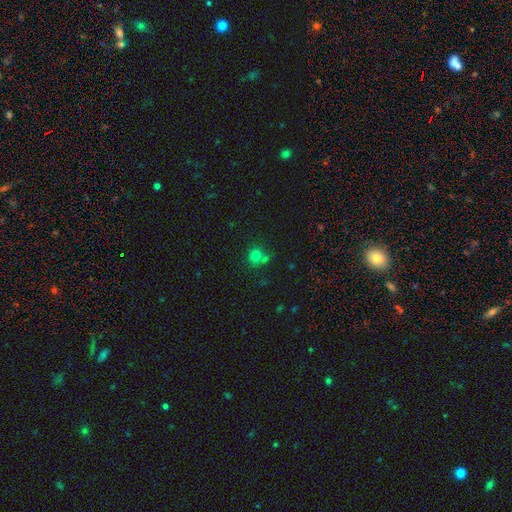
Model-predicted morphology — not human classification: A smooth galaxy with no disk features (75%) that is round (85%). Merging: none (58%).